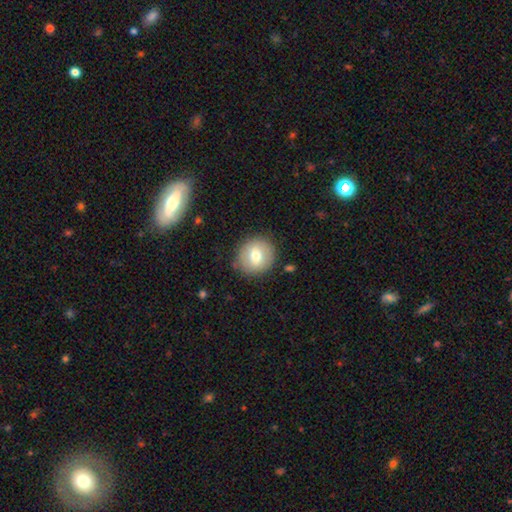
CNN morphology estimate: This appears to be a smooth galaxy with no disk features (69%) that is round (86%). Merging: none (85%).